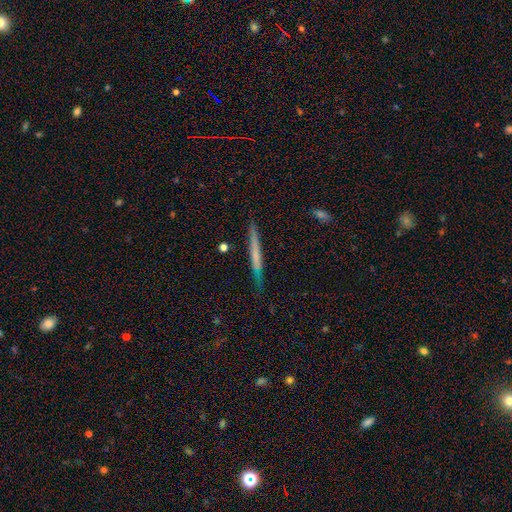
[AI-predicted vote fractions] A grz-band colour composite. It shows a smooth galaxy with no disk features (48%). Merging: none (83%).